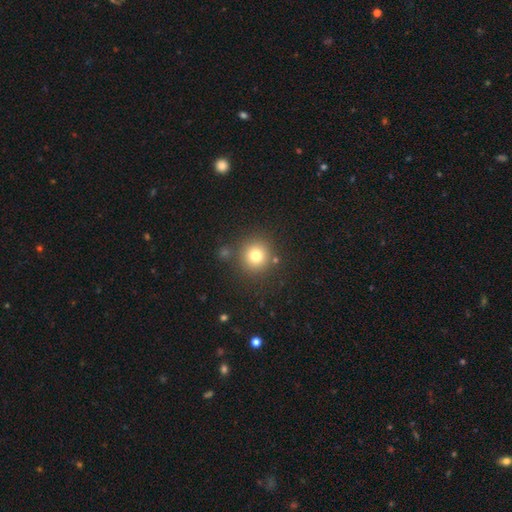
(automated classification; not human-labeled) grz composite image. It shows a smooth galaxy with no disk features (77%) that is round (93%). Merging: none (83%).